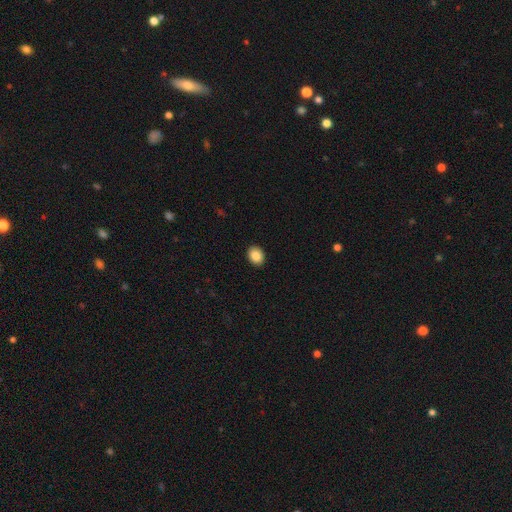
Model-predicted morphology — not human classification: This appears to be a smooth galaxy with no disk features (87%) that is in between round and cigar-shaped (54%). Merging: none (92%).